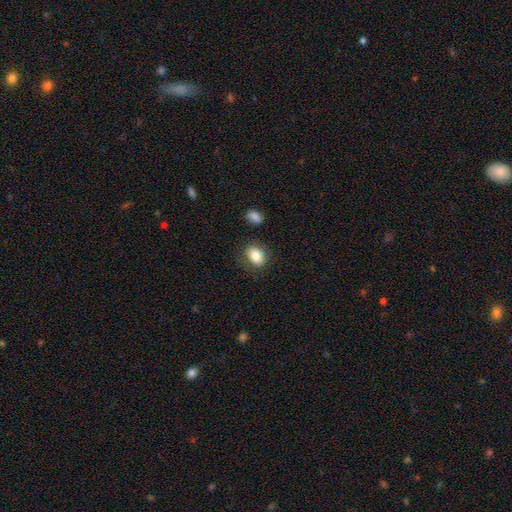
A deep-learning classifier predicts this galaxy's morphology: A smooth galaxy with no disk features (83%) that is in between round and cigar-shaped (69%). Merging: none (80%).